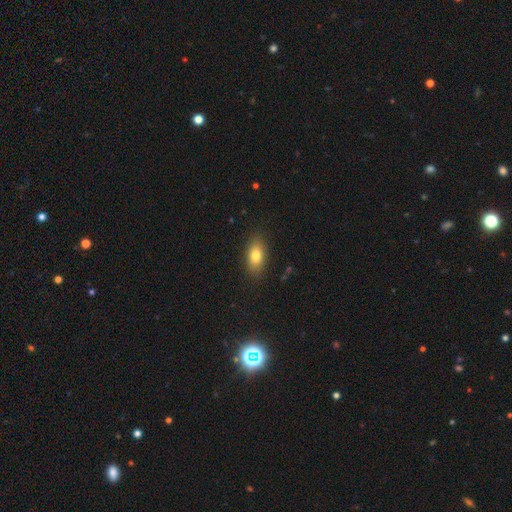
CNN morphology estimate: Overall: smooth (80%). How rounded: in between (87%). Merging: none (86%).